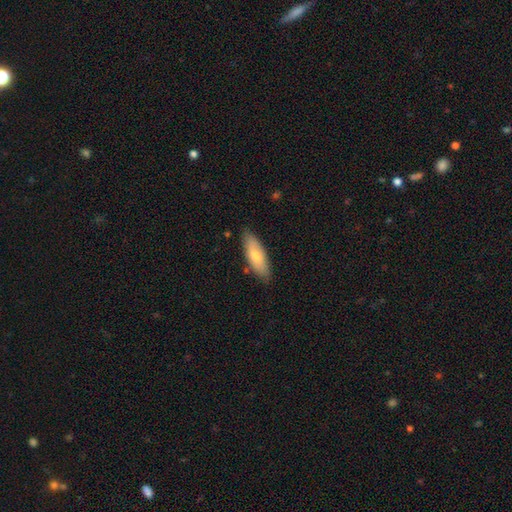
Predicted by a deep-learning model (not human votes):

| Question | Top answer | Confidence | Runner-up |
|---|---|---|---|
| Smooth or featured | smooth | 72% | featured or disk (22%) |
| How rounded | in between | 65% | cigar-shaped (33%) |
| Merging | none | 81% | minor disturbance (15%) |